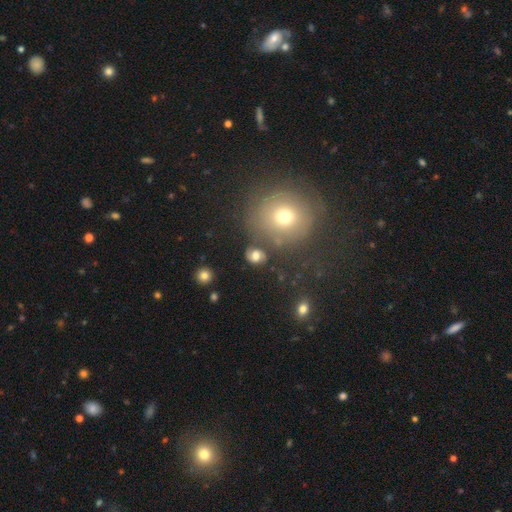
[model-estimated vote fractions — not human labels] smooth-or-featured: smooth: 65% | featured or disk: 21% | star or artifact: 14%
  how-rounded: round: 58% | in between: 40% | cigar-shaped: 1%
  merging: none: 69% | minor disturbance: 15% | major disturbance: 8% | merger: 8%